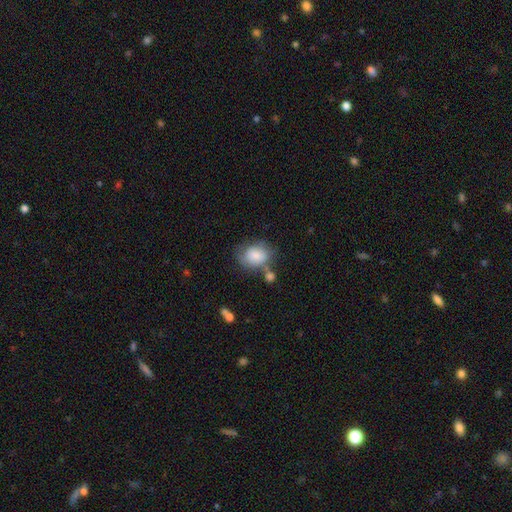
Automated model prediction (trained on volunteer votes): A smooth galaxy with no disk features (78%) that is in between round and cigar-shaped (61%).

Vote fractions:
- Smooth or featured? smooth: 78% / featured or disk: 14% / star or artifact: 8%
- How rounded? in between: 61% / round: 38% / cigar-shaped: 1%
- Merging? none: 49% / minor disturbance: 26% / merger: 15% / major disturbance: 11%